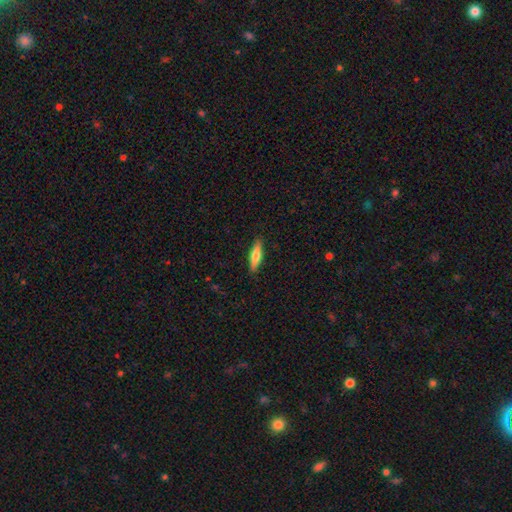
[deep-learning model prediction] Morphology: type=smooth (62%); roundness=cigar-shaped (75%); merging=none (90%).